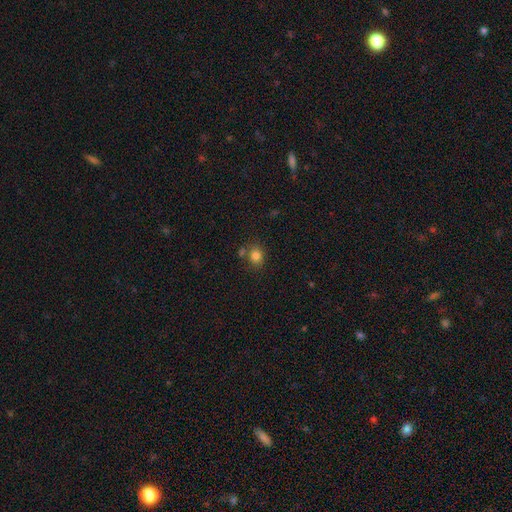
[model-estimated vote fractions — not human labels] Smooth or featured?
  - smooth: 82% *
  - star or artifact: 12%
  - featured or disk: 6%
How rounded?
  - round: 67% *
  - in between: 32%
  - cigar-shaped: 1%
Merging?
  - none: 69% *
  - merger: 14%
  - minor disturbance: 13%
  - major disturbance: 4%